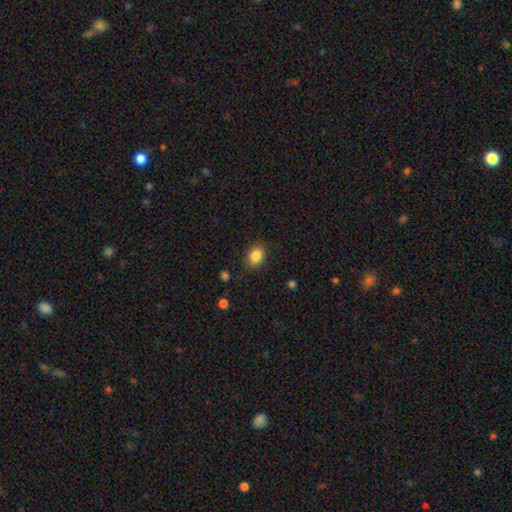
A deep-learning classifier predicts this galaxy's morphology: Smooth or featured?
  - smooth: 85% *
  - star or artifact: 9%
  - featured or disk: 6%
How rounded?
  - in between: 77% *
  - round: 21%
  - cigar-shaped: 1%
Merging?
  - none: 85% *
  - minor disturbance: 11%
  - major disturbance: 3%
  - merger: 1%